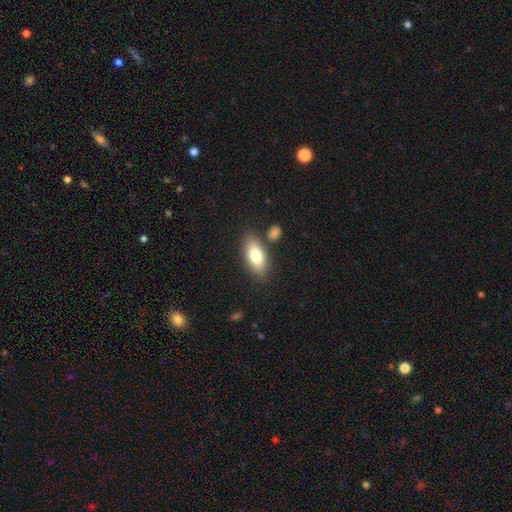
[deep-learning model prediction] smooth 75%, featured or disk 19%, star or artifact 7%. Down the decision tree: how rounded — in between (82%); merging — none (79%).